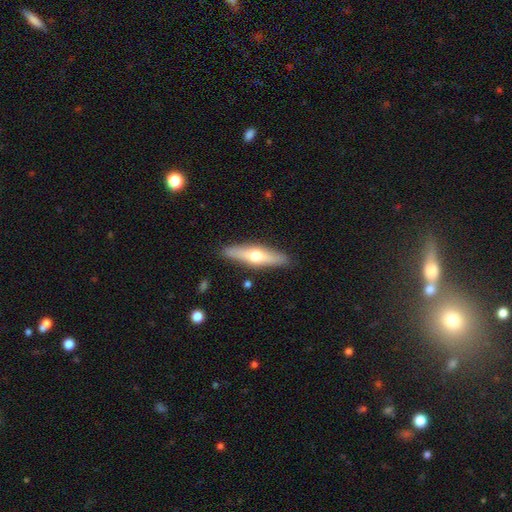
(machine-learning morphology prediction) Smooth or featured? featured or disk (48%)
Merging? none (88%)